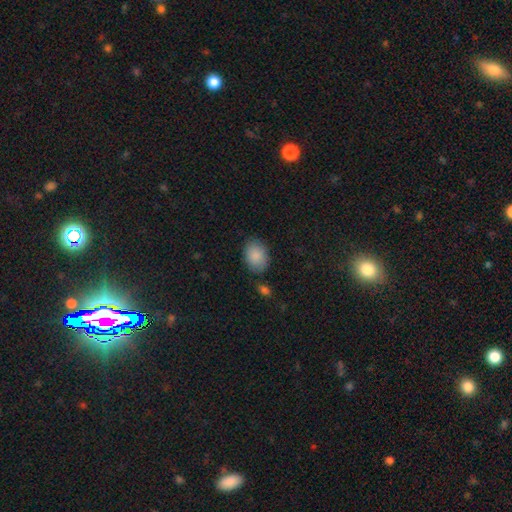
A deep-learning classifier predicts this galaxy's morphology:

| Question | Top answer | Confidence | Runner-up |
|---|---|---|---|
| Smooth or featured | smooth | 88% | star or artifact (7%) |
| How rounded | in between | 76% | round (22%) |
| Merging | none | 79% | minor disturbance (14%) |